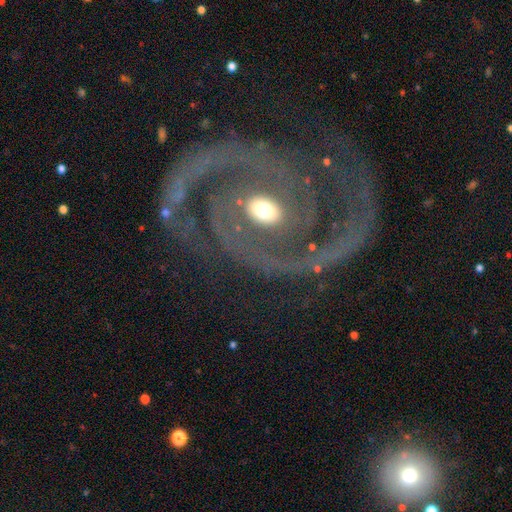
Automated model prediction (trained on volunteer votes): smooth-or-featured: featured or disk: 94% | star or artifact: 4% | smooth: 2%
  disk-edge-on: no: 98% | yes: 2%
    bar: no: 39% | weak: 37% | strong: 24%
    has-spiral-arms: yes: 98% | no: 2%
      spiral-winding: medium: 53% | tight: 37% | loose: 9%
      spiral-arm-count: 2: 92% | 3: 2% | can't tell: 2% | 1: 1% | 4: 1% | more than 4: 1%
    bulge-size: moderate: 64% | small: 29% | large: 5% | none: 1% | dominant: 1%
  merging: none: 78% | minor disturbance: 14% | major disturbance: 6% | merger: 2%